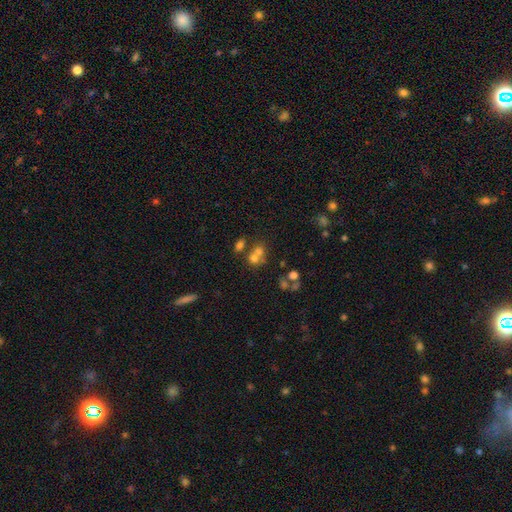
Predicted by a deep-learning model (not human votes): smooth_or_featured: smooth (p=0.63) [alt: featured or disk p=0.19]
how_rounded: round (p=0.65) [alt: in between p=0.34]
merging: merger (p=0.50) [alt: none p=0.36]